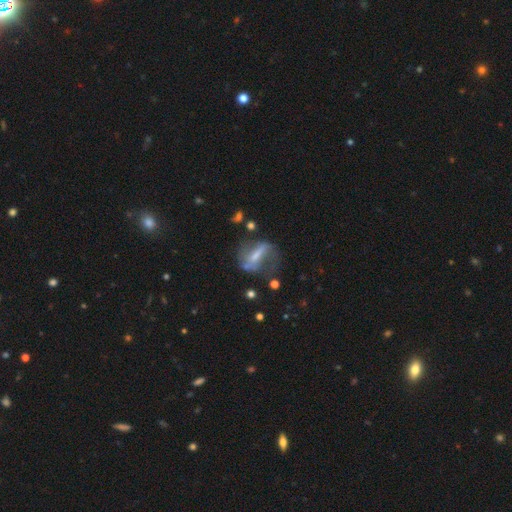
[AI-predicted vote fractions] Smooth or featured? Predicted: featured or disk (p=0.66). Edge-on disk? Predicted: no (p=0.87). Bar? Predicted: strong (p=0.51). Spiral arms? Predicted: yes (p=0.67). Bulge size? Predicted: small (p=0.43). Merging? Predicted: none (p=0.49).